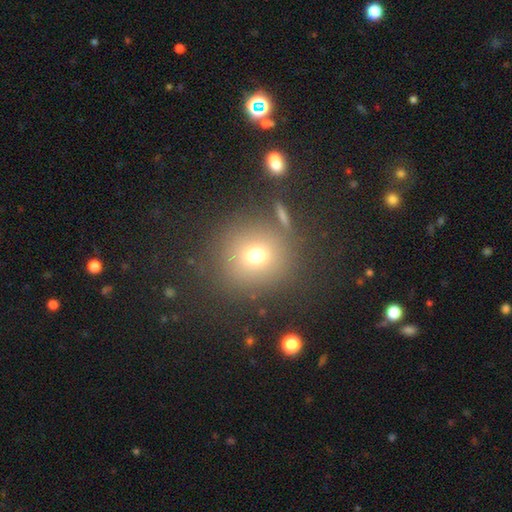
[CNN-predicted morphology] Smooth or featured?
  - smooth: 70% *
  - star or artifact: 18%
  - featured or disk: 12%
How rounded?
  - round: 90% *
  - in between: 9%
  - cigar-shaped: 1%
Merging?
  - none: 81% *
  - minor disturbance: 9%
  - merger: 5%
  - major disturbance: 5%